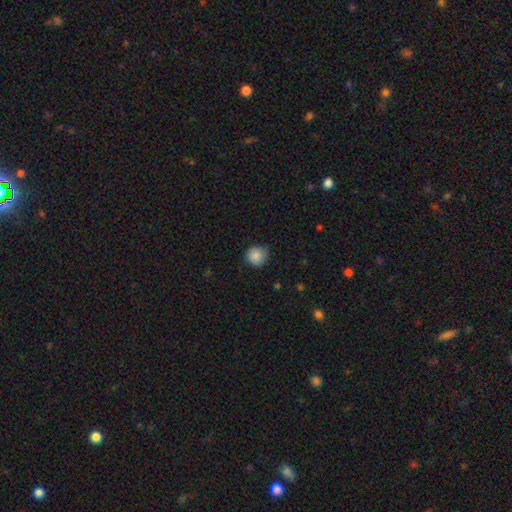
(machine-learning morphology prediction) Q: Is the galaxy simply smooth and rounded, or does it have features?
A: smooth — 85%.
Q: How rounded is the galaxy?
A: round — 89%.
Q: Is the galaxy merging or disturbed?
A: none — 69%.